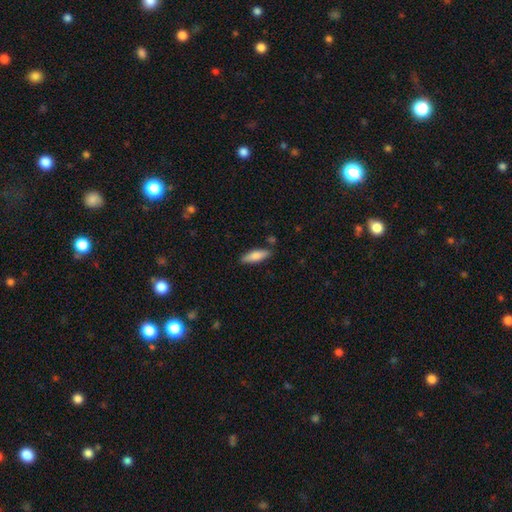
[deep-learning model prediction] This appears to be a smooth galaxy with no disk features (76%) that is cigar-shaped (50%). Merging: none (82%).